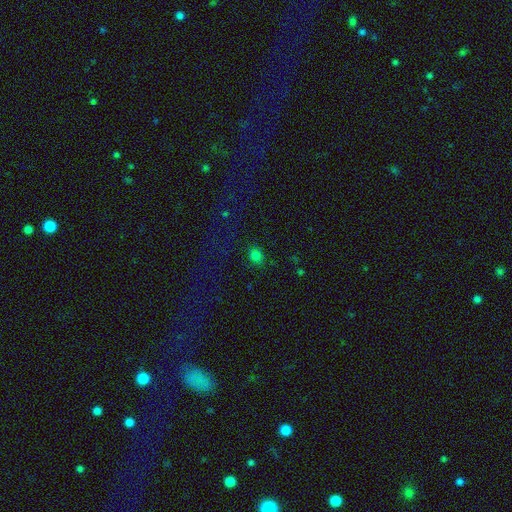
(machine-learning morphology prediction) Q: Smooth or featured?
A: smooth (77%); runner-up: star or artifact (19%)
Q: How rounded?
A: round (56%); runner-up: in between (43%)
Q: Merging?
A: none (84%); runner-up: minor disturbance (12%)